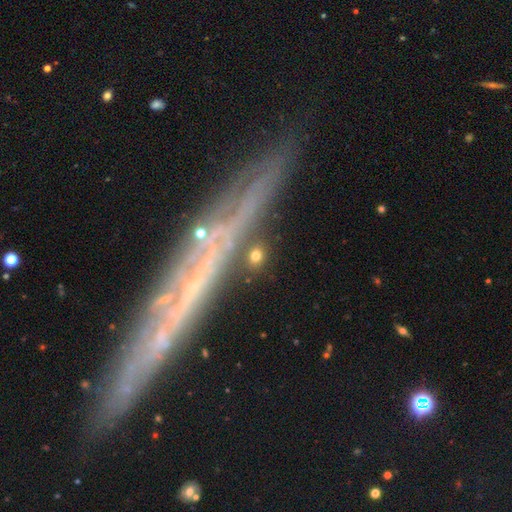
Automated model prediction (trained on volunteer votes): Smooth or featured? smooth (71%)
How rounded? round (62%)
Merging? none (81%)